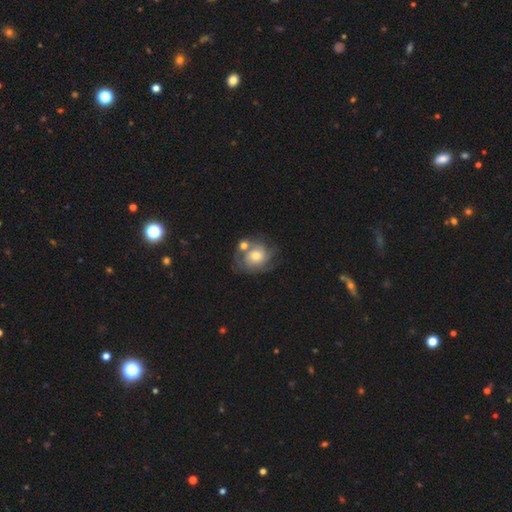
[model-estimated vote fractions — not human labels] A featured or disk galaxy (66%) with no bar (76%), tight (52%) spiral arms (86%) and a moderate central bulge (59%). Merging: none (47%).